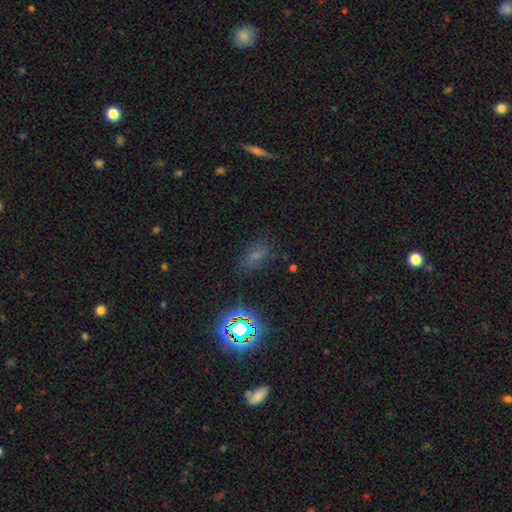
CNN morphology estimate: Smooth or featured: smooth — 45% (star or artifact — 37%)
Merging: none — 68% (minor disturbance — 20%)